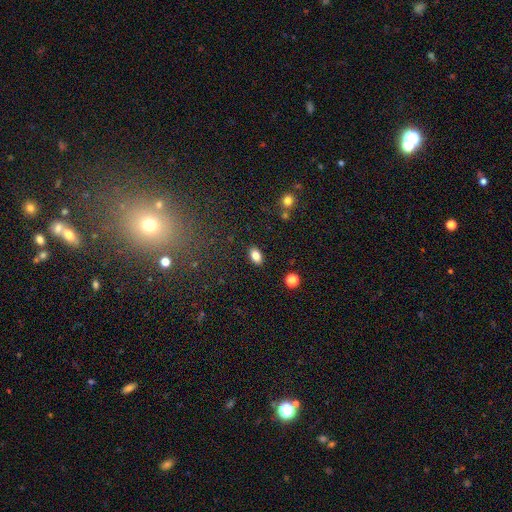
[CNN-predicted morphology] Smooth or featured? Predicted: smooth (p=0.83). How rounded? Predicted: in between (p=0.89). Merging? Predicted: none (p=0.88).